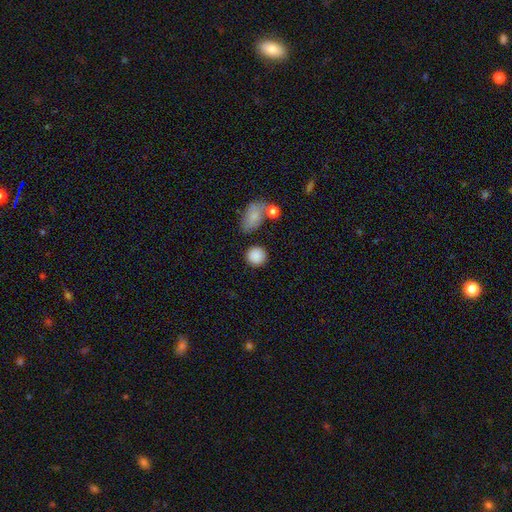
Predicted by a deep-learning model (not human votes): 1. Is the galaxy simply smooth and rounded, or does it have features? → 87% smooth, 8% star or artifact, 5% featured or disk.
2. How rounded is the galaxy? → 88% round, 10% in between, 1% cigar-shaped.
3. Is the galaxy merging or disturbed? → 79% none, 12% minor disturbance, 6% merger, 4% major disturbance.